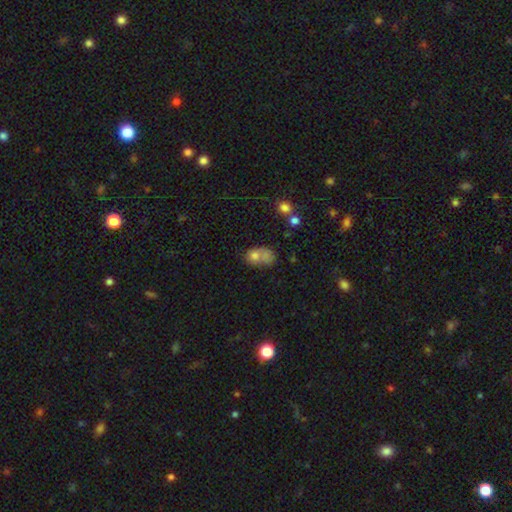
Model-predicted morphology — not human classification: Smooth or featured: smooth — 69% (featured or disk — 18%)
How rounded: in between — 59% (round — 39%)
Merging: merger — 43% (none — 28%)